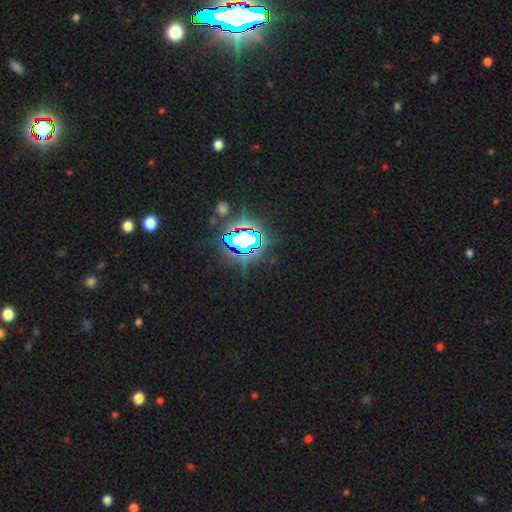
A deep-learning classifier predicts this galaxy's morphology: A star or artifact, not a galaxy (83%).